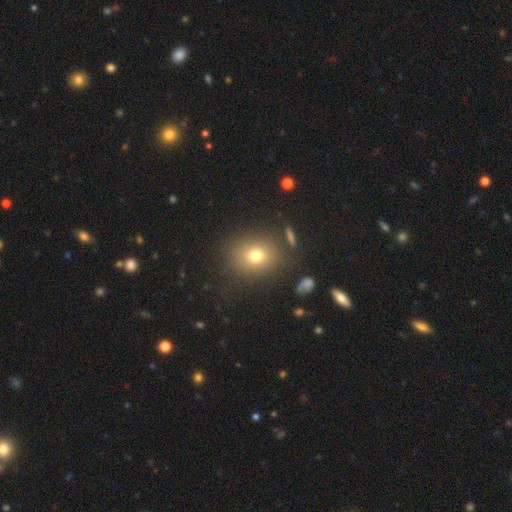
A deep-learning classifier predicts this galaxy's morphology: This is likely a smooth galaxy (74%). How rounded: likely round (70%). Merging: clearly none (82%).